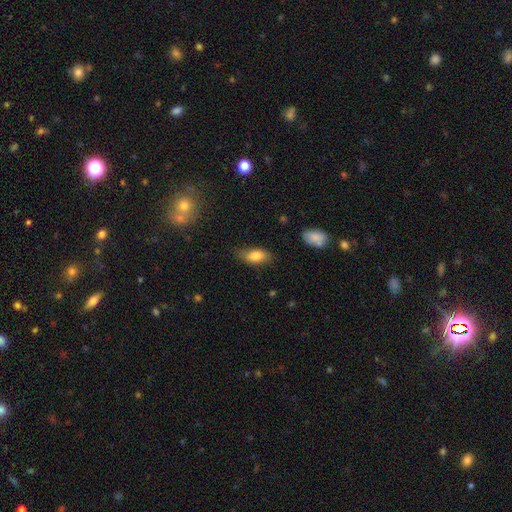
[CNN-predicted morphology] This is clearly a smooth galaxy (80%). How rounded: clearly in between (86%). Merging: likely none (74%).